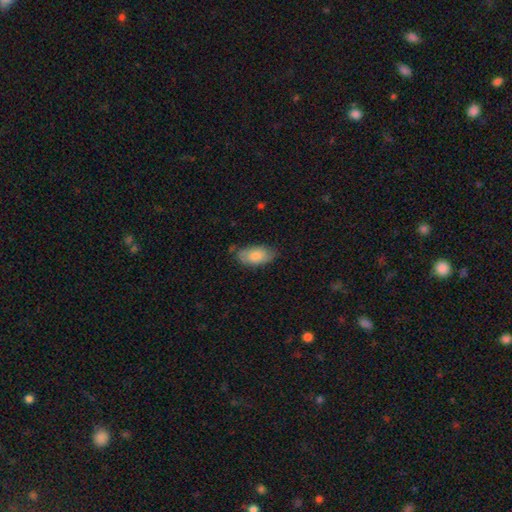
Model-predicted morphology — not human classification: Smooth or featured: smooth — 80% (featured or disk — 13%)
How rounded: in between — 93% (cigar-shaped — 4%)
Merging: none — 71% (minor disturbance — 22%)